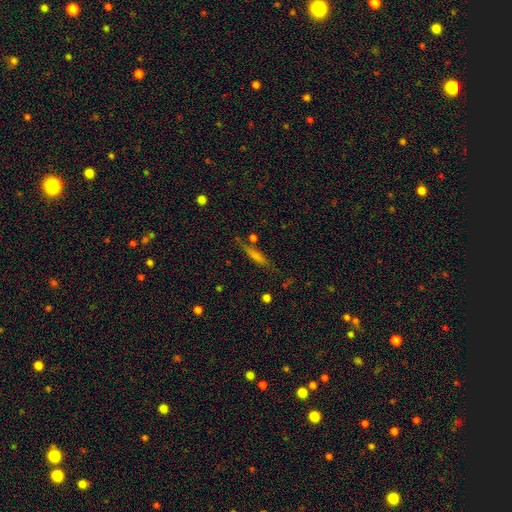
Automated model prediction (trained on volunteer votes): smooth_or_featured: smooth (p=0.46) [alt: featured or disk p=0.40]
merging: none (p=0.76) [alt: minor disturbance p=0.14]